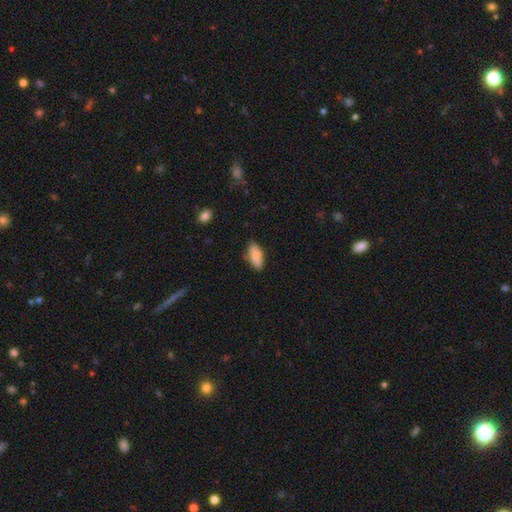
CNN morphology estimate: A smooth galaxy with no disk features (86%) that is in between round and cigar-shaped (88%). Merging: none (79%).